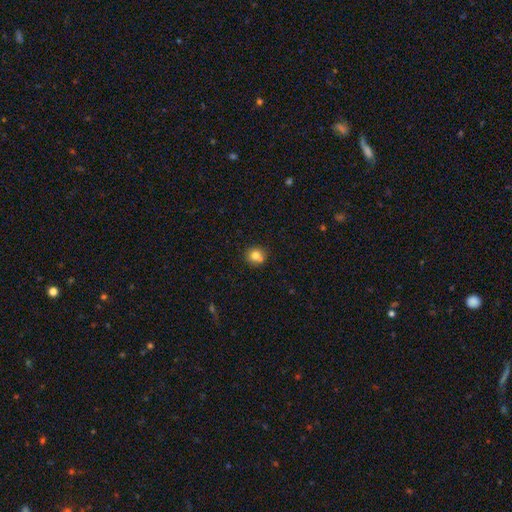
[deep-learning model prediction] This is likely a smooth galaxy (77%). How rounded: clearly round (85%). Merging: likely none (65%).